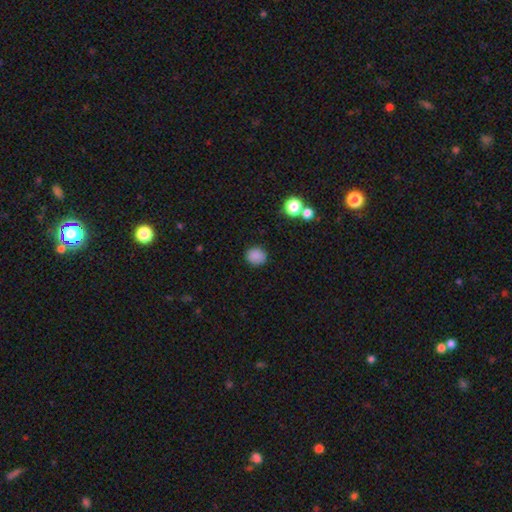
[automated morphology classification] Overall: smooth (86%). How rounded: round (76%). Merging: none (88%).